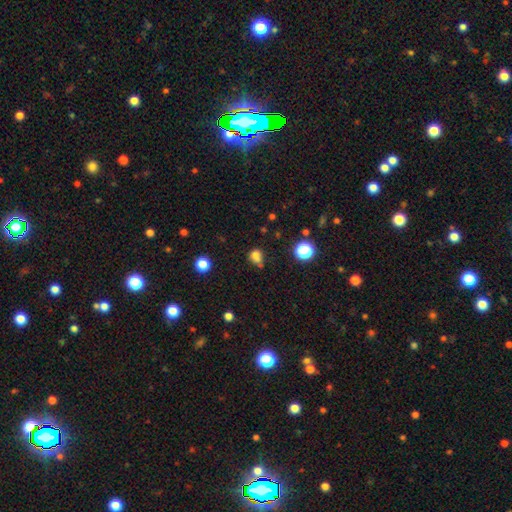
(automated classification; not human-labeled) Morphology: type=smooth (76%); roundness=round (78%); merging=none (52%).